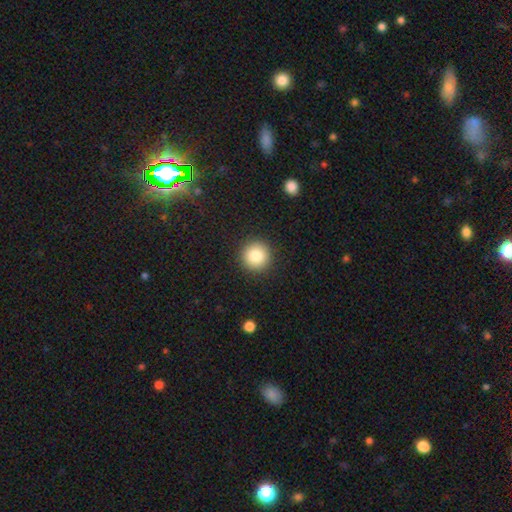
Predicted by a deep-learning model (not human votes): This is clearly a smooth galaxy (84%). How rounded: clearly round (95%). Merging: clearly none (92%).